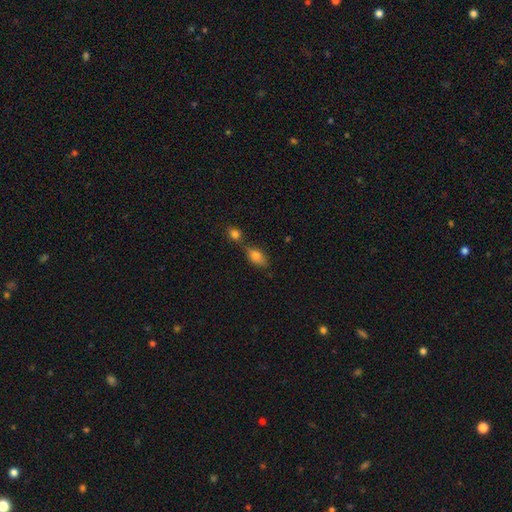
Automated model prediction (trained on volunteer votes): Overall: smooth (80%). How rounded: in between (84%). Merging: none (43%; merger 38%).